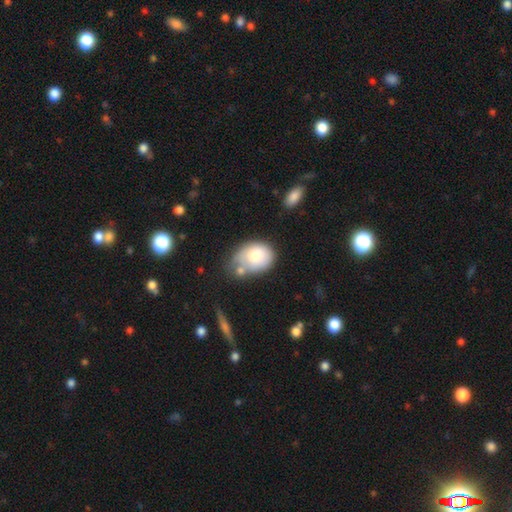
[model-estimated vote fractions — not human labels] The model was most divided on "merging": none: 37%, minor disturbance: 29%, merger: 21%, major disturbance: 13%. More confident: smooth or featured — smooth (77%); how rounded — in between (66%).